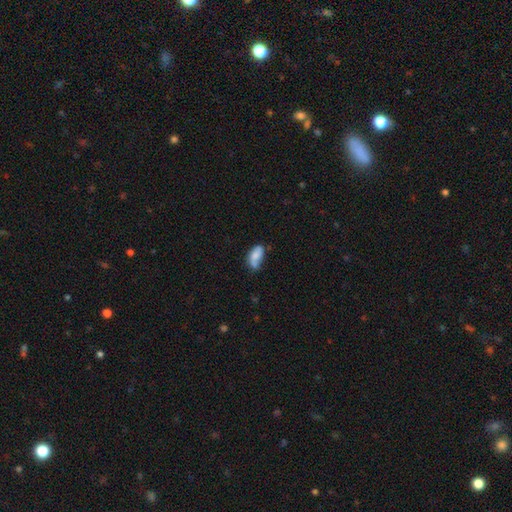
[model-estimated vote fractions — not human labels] A smooth galaxy with no disk features (65%) that is in between round and cigar-shaped (90%). Merging: none (45%).